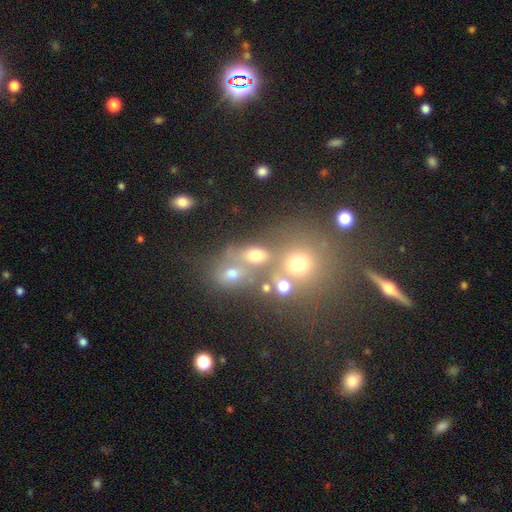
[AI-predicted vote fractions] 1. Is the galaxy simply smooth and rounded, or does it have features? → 67% smooth, 19% star or artifact, 15% featured or disk.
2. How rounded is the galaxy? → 49% in between (tied), 49% round (tied), 2% cigar-shaped.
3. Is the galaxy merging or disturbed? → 42% merger, 40% none, 10% minor disturbance, 8% major disturbance.